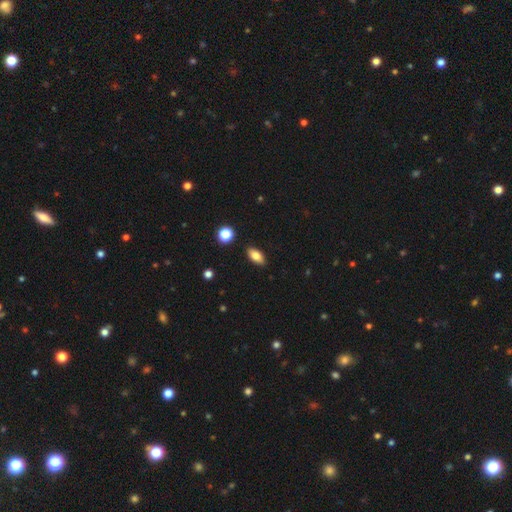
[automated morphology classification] Smooth or featured? Predicted: smooth (p=0.80). How rounded? Predicted: in between (p=0.88). Merging? Predicted: none (p=0.89).